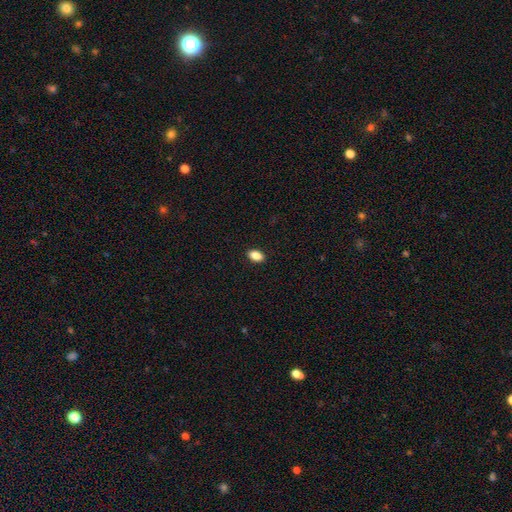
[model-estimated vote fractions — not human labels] The model was most divided on "smooth or featured": smooth: 87%, star or artifact: 8%, featured or disk: 4%. More confident: merging — none (90%); how rounded — in between (90%).